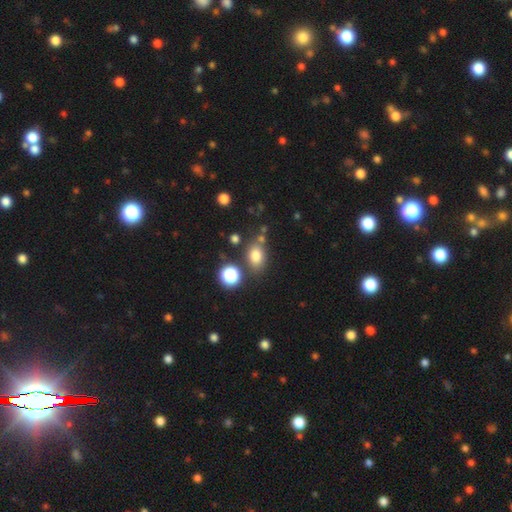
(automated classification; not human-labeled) This is likely a smooth galaxy (78%). How rounded: likely in between (69%). Merging: likely none (71%).